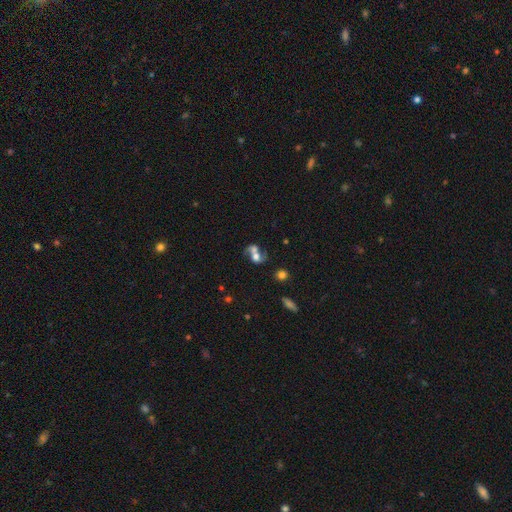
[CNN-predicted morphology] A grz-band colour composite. It shows a smooth galaxy with no disk features (47%). Merging: merger (67%).